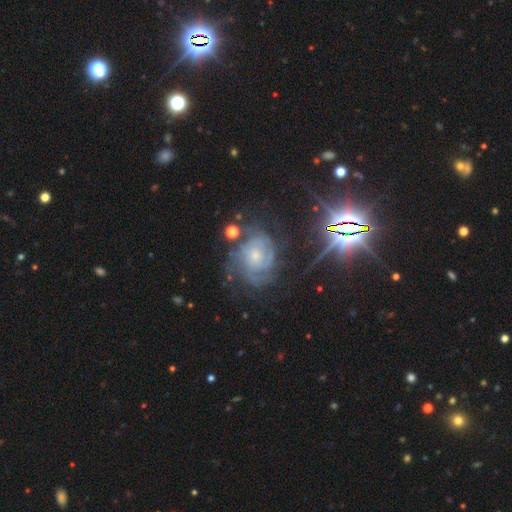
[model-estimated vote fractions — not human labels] smooth_or_featured: featured or disk (p=0.76) [alt: star or artifact p=0.15]
disk_edge_on: no (p=0.97) [alt: yes p=0.03]
bar: no (p=0.75) [alt: weak p=0.20]
has_spiral_arms: yes (p=0.94) [alt: no p=0.06]
spiral_winding: tight (p=0.67) [alt: medium p=0.27]
spiral_arm_count: can't tell (p=0.35) [alt: 3 p=0.23]
bulge_size: small (p=0.65) [alt: moderate p=0.28]
merging: none (p=0.65) [alt: minor disturbance p=0.20]